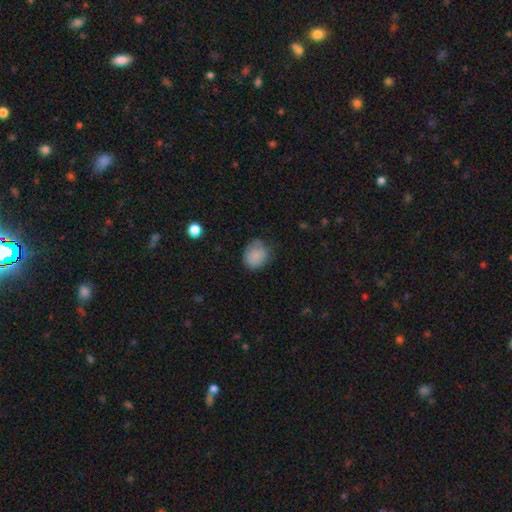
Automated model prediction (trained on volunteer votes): Morphology: type=smooth (83%); roundness=round (70%); merging=none (65%).